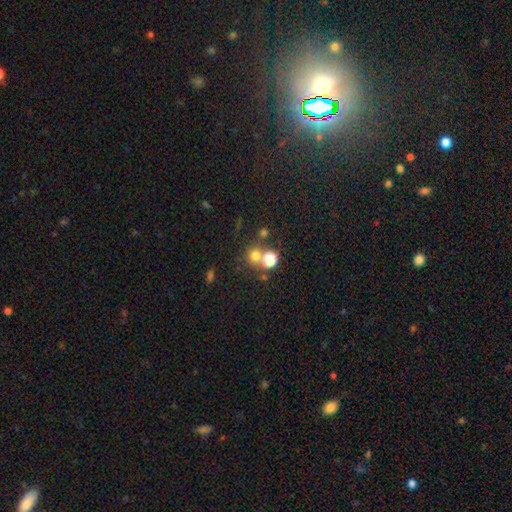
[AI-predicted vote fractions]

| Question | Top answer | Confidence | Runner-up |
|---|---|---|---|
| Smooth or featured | smooth | 70% | star or artifact (20%) |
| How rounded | round | 87% | in between (12%) |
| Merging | none | 58% | merger (30%) |